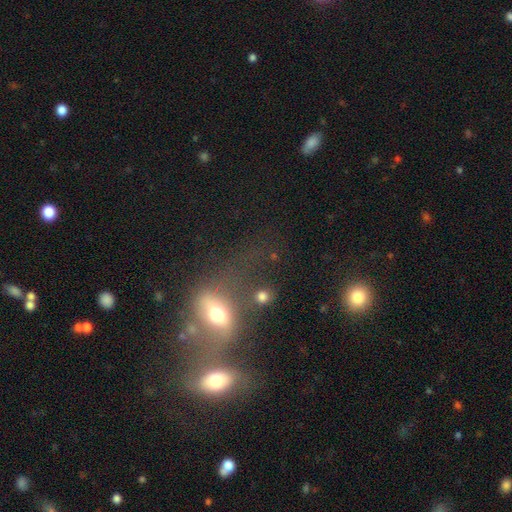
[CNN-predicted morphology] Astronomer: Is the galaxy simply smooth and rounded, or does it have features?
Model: smooth — 47% (runner-up: featured or disk, 32%).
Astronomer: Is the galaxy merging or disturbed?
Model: merger — 43% (runner-up: none, 28%).